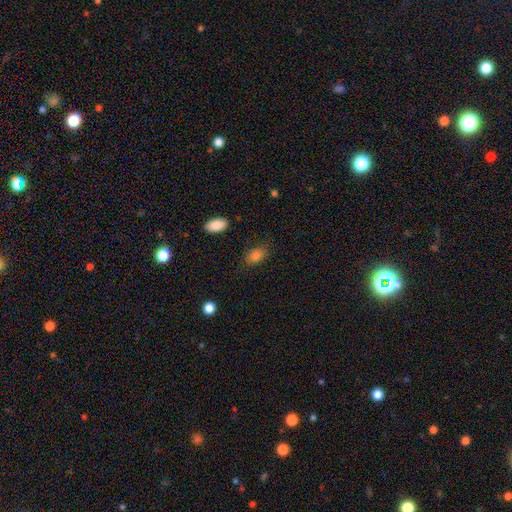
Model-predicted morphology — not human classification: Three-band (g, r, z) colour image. It shows a smooth galaxy with no disk features (84%) that is in between round and cigar-shaped (88%). Merging: none (75%).